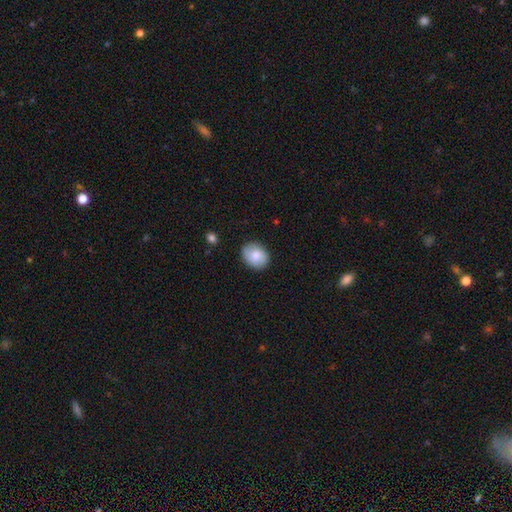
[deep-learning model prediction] This is likely a smooth galaxy (77%). How rounded: possibly round (51%). Merging: clearly none (86%).